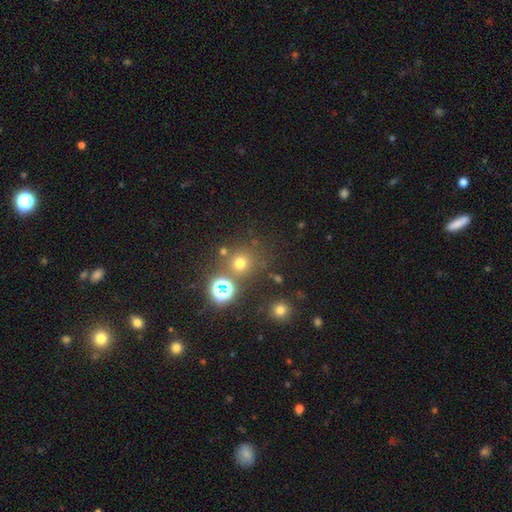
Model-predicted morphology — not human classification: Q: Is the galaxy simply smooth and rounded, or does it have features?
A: star or artifact — 51%.